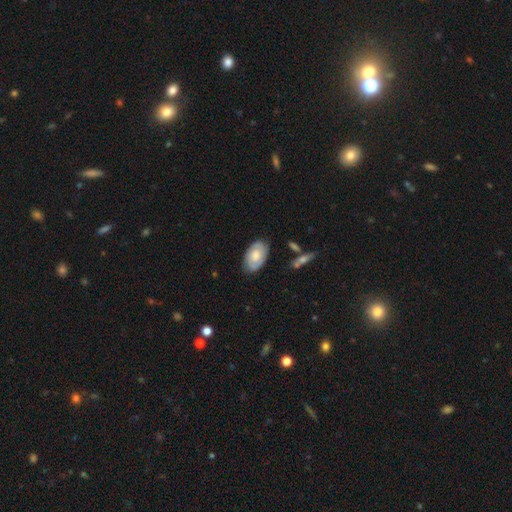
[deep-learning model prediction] The model was most divided on "smooth or featured": smooth: 49%, featured or disk: 44%, star or artifact: 6%. More confident: merging — none (80%).